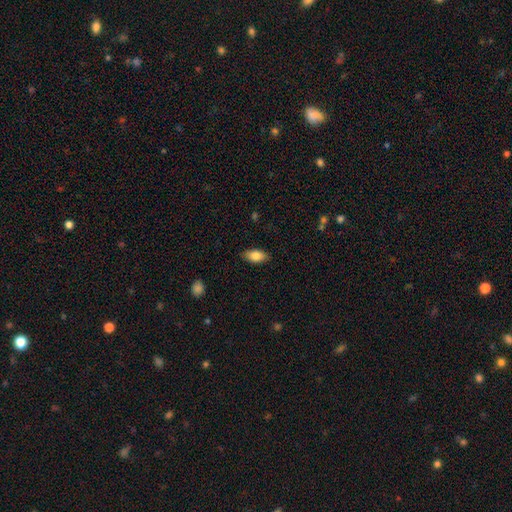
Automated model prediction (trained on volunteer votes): Smooth or featured: smooth — 83% (featured or disk — 10%)
How rounded: in between — 91% (cigar-shaped — 5%)
Merging: none — 86% (minor disturbance — 10%)